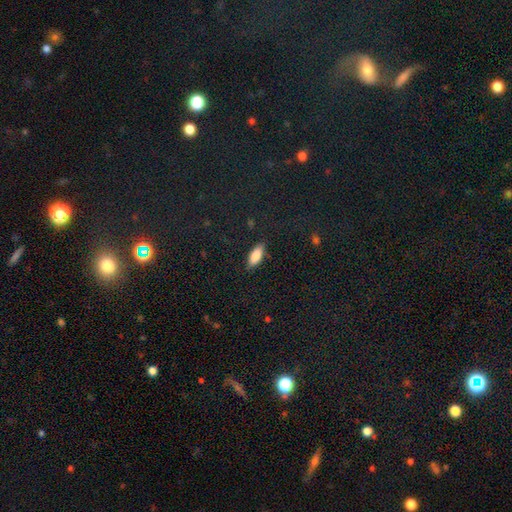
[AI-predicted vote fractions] The model was most divided on "how rounded": in between: 77%, cigar-shaped: 21%, round: 2%. More confident: smooth or featured — smooth (84%); merging — none (83%).